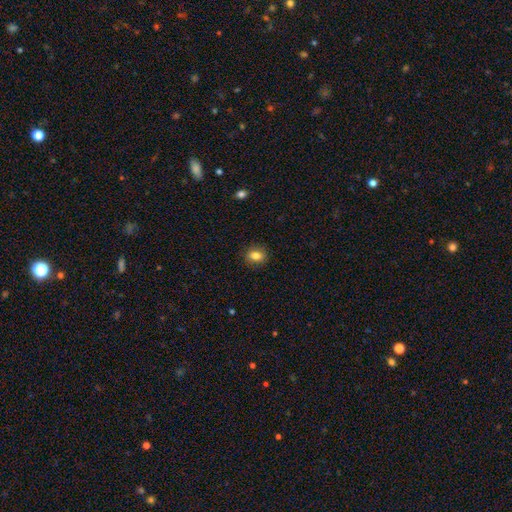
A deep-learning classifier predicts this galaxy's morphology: Smooth or featured? Predicted: smooth (p=0.82). How rounded? Predicted: in between (p=0.56). Merging? Predicted: none (p=0.88).